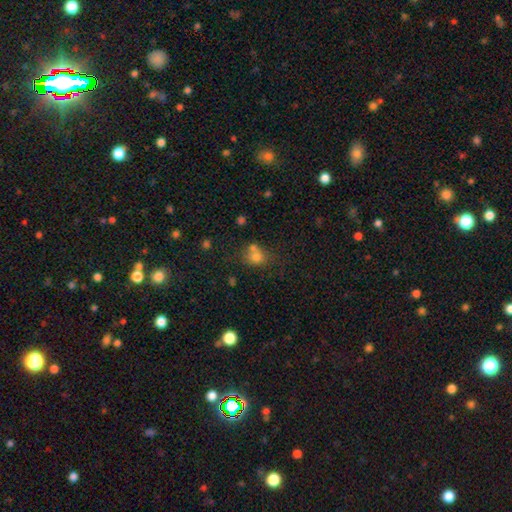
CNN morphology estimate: This appears to be a smooth galaxy with no disk features (74%) that is round (70%). Merging: none (46%).